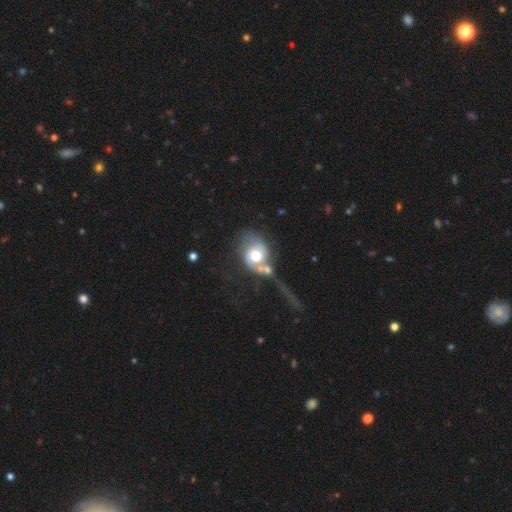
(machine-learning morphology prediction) featured or disk 67%, smooth 26%, star or artifact 7%. Down the decision tree: edge-on disk — no (96%); bar — no (71%); spiral arms — yes (81%); spiral arm count — 2 (58%); spiral winding — medium (37%); bulge size — moderate (51%); merging — merger (35%).